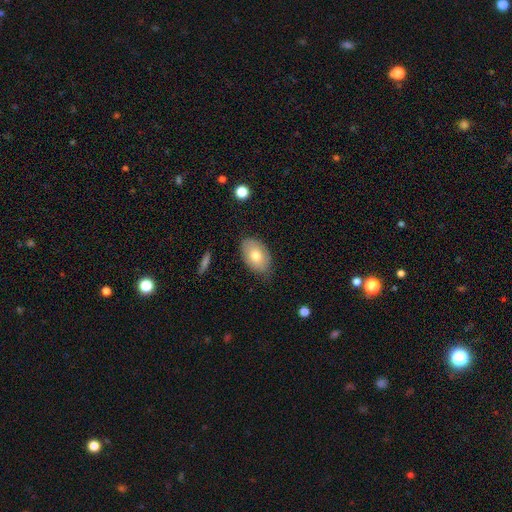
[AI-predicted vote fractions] smooth_or_featured: smooth (p=0.73) [alt: featured or disk p=0.20]
how_rounded: in between (p=0.91) [alt: round p=0.08]
merging: none (p=0.75) [alt: minor disturbance p=0.21]